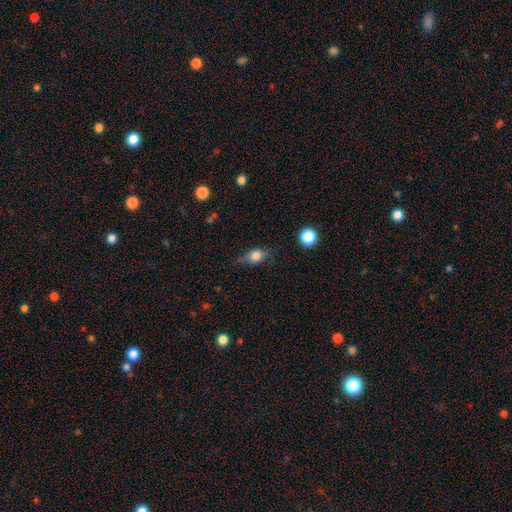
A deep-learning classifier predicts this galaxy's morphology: smooth-or-featured: smooth: 71% | featured or disk: 19% | star or artifact: 10%
  how-rounded: round: 48% | in between: 46% | cigar-shaped: 6%
  merging: none: 55% | minor disturbance: 31% | major disturbance: 12% | merger: 2%